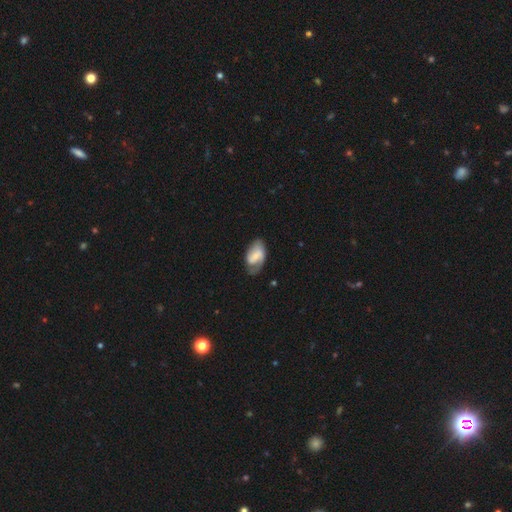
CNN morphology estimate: smooth-or-featured: featured or disk: 53% | smooth: 40% | star or artifact: 7%
  disk-edge-on: no: 96% | yes: 4%
    bar: weak: 44% | no: 33% | strong: 22%
    has-spiral-arms: yes: 79% | no: 21%
    bulge-size: small: 51% | moderate: 27% | none: 15% | large: 5% | dominant: 2%
  merging: none: 53% | minor disturbance: 29% | major disturbance: 16% | merger: 2%